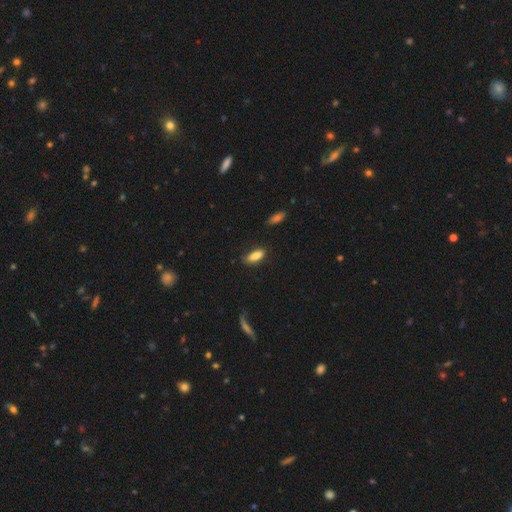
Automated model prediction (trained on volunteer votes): Smooth or featured? smooth (85%)
How rounded? in between (75%)
Merging? none (77%)